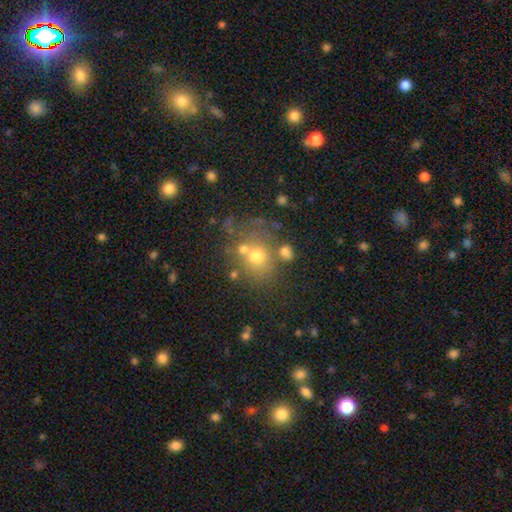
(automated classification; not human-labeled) Morphology: type=smooth (60%); roundness=round (70%); merging=none (50%).